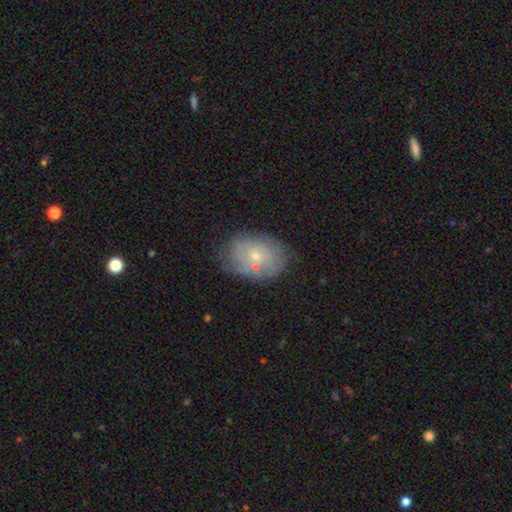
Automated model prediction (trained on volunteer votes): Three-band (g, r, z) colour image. It shows a featured or disk galaxy (48%). Merging: none (60%).